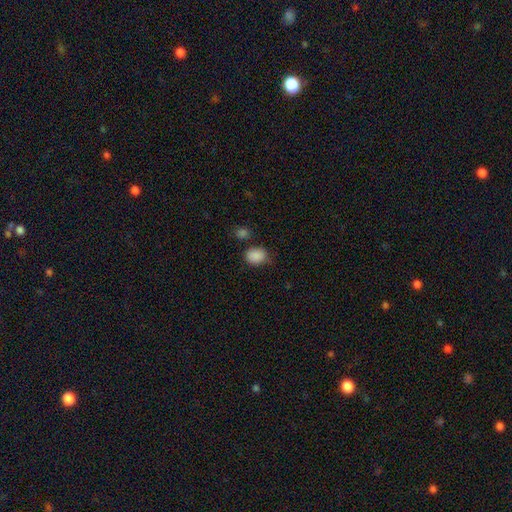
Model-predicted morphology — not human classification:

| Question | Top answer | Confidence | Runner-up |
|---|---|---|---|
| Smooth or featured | smooth | 87% | star or artifact (9%) |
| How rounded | in between | 54% | round (45%) |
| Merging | none | 69% | minor disturbance (20%) |